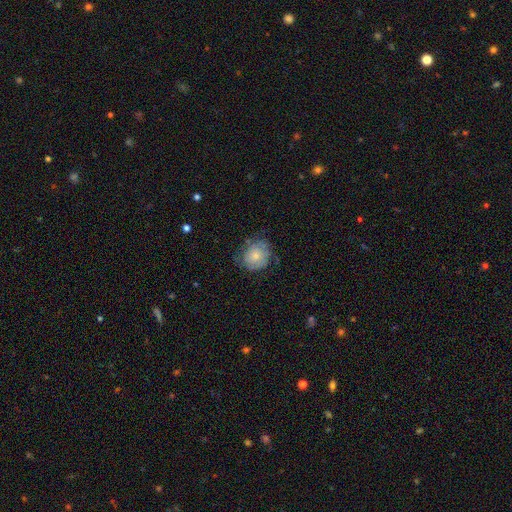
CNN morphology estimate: Smooth or featured: smooth — 51% (featured or disk — 41%)
How rounded: round — 70% (in between — 29%)
Merging: none — 61% (minor disturbance — 27%)